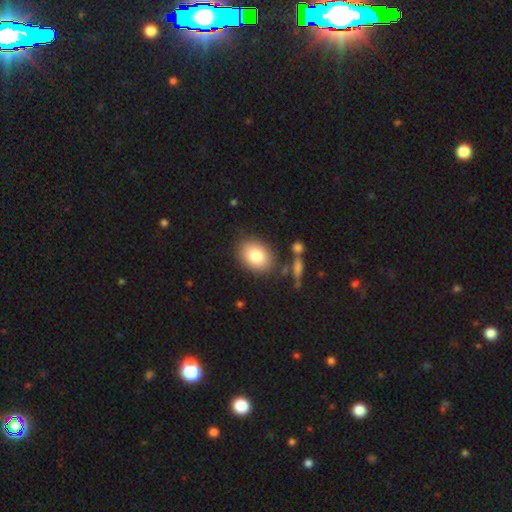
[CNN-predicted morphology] type=smooth (81%); roundness=in between (65%); merging=none (83%).